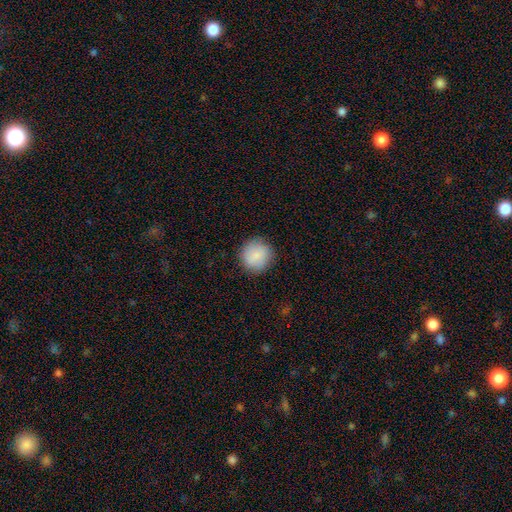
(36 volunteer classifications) Smooth or featured? 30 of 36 (83%) said smooth. How rounded? 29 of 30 (97%) said round. Merging? 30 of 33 (91%) said none.